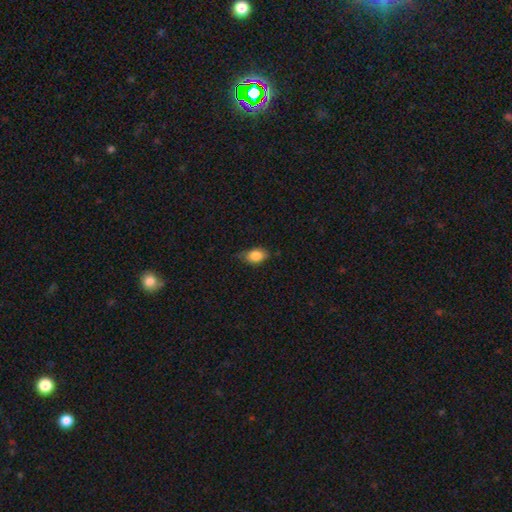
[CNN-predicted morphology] Smooth or featured? smooth (84%)
How rounded? in between (85%)
Merging? none (67%)